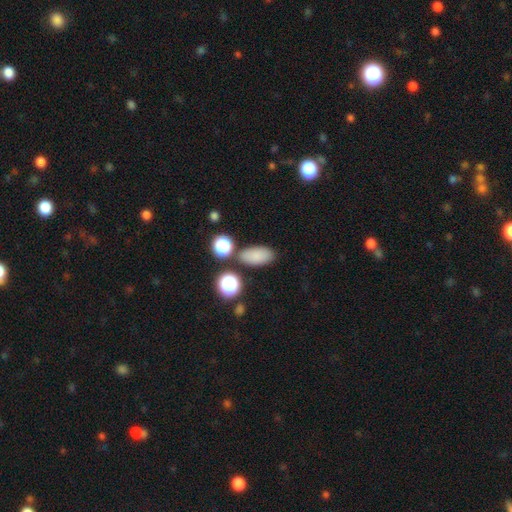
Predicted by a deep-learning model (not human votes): A smooth galaxy with no disk features (80%) that is in between round and cigar-shaped (87%).

Vote fractions:
- Smooth or featured? smooth: 80% / star or artifact: 13% / featured or disk: 7%
- How rounded? in between: 87% / round: 8% / cigar-shaped: 5%
- Merging? none: 77% / minor disturbance: 11% / merger: 8% / major disturbance: 4%